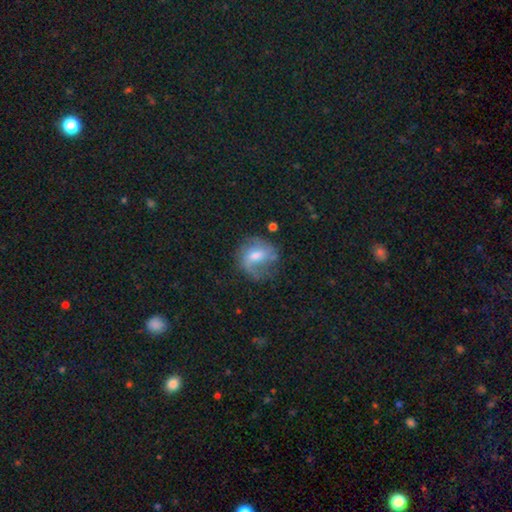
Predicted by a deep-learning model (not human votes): Overall: featured or disk (58%; smooth 31%). Edge-on disk: no (96%). Bar: weak (49%; no 33%). Spiral arms: yes (79%). Bulge size: moderate (57%; small 30%). Merging: none (55%; minor disturbance 24%).